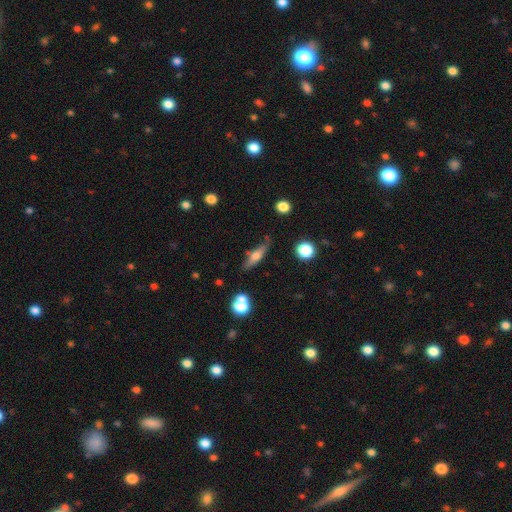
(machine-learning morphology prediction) Q: Smooth or featured?
A: featured or disk (48%); runner-up: smooth (44%)
Q: Merging?
A: none (73%); runner-up: minor disturbance (16%)